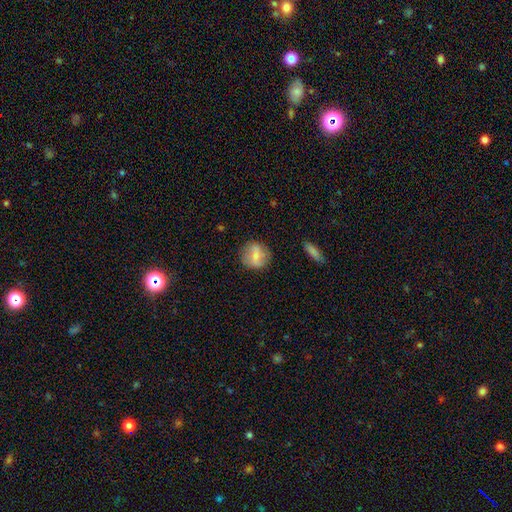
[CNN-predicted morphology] smooth 62%, featured or disk 30%, star or artifact 8%. Down the decision tree: how rounded — round (80%); merging — none (79%).